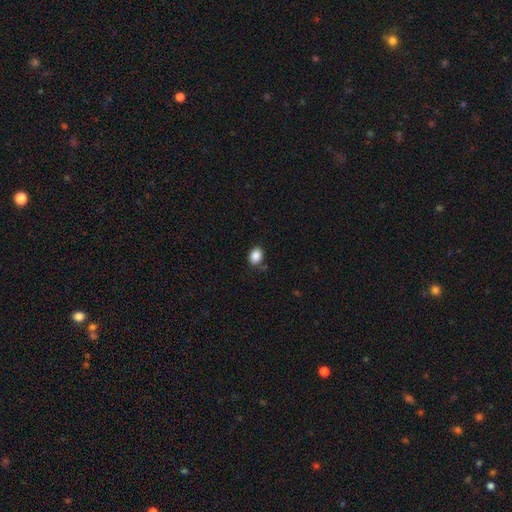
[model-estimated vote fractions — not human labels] Smooth or featured?
  - smooth: 87% *
  - star or artifact: 9%
  - featured or disk: 4%
How rounded?
  - in between: 64% *
  - round: 35%
  - cigar-shaped: 1%
Merging?
  - none: 81% *
  - minor disturbance: 13%
  - major disturbance: 3%
  - merger: 3%